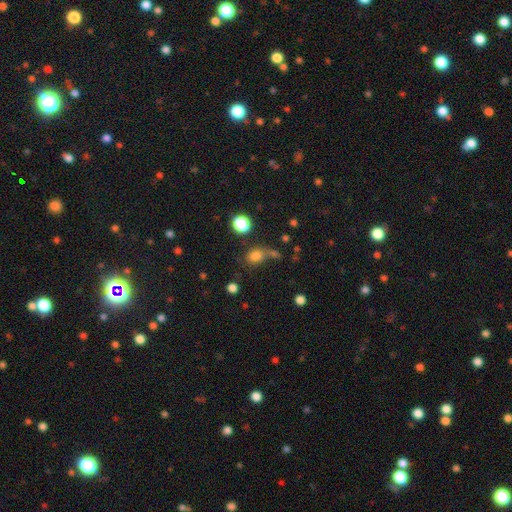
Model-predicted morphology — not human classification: Smooth or featured? Predicted: smooth (p=0.77). How rounded? Predicted: in between (p=0.50). Merging? Predicted: none (p=0.55).